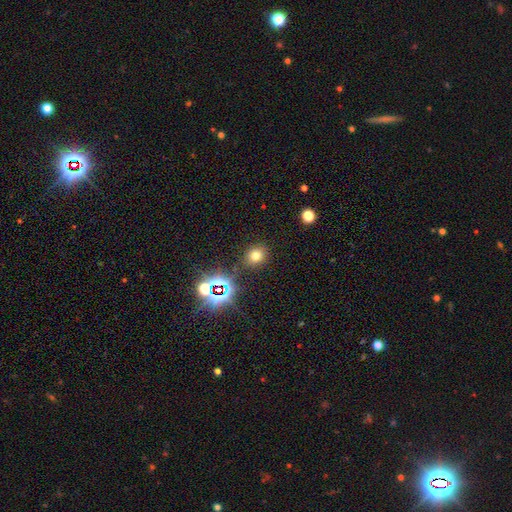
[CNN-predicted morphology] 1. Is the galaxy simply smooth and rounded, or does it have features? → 68% smooth, 23% star or artifact, 8% featured or disk.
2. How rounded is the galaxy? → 67% round, 32% in between, 1% cigar-shaped.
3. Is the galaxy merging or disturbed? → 84% none, 9% minor disturbance, 4% major disturbance, 3% merger.